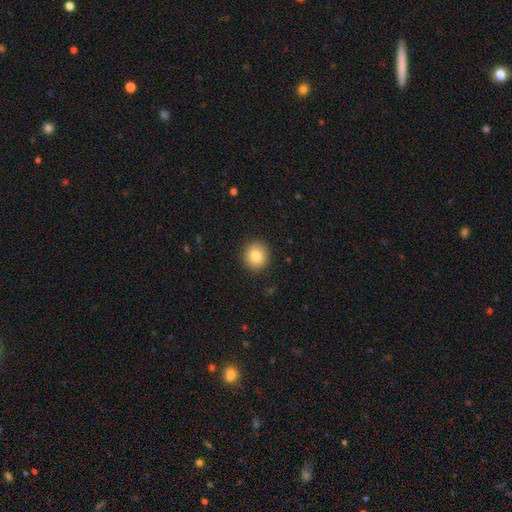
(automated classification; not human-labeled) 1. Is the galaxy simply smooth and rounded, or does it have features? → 82% smooth, 9% star or artifact, 9% featured or disk.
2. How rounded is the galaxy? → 86% round, 13% in between, 1% cigar-shaped.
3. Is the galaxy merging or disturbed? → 91% none, 6% minor disturbance, 2% major disturbance, 1% merger.